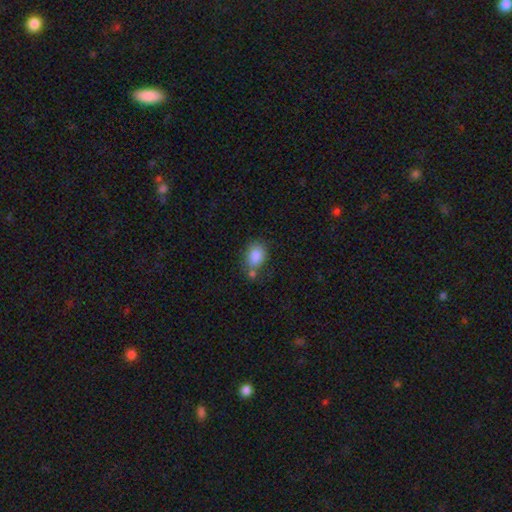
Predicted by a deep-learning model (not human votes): smooth_or_featured: smooth (p=0.86) [alt: star or artifact p=0.08]
how_rounded: in between (p=0.71) [alt: round p=0.28]
merging: none (p=0.57) [alt: minor disturbance p=0.19]